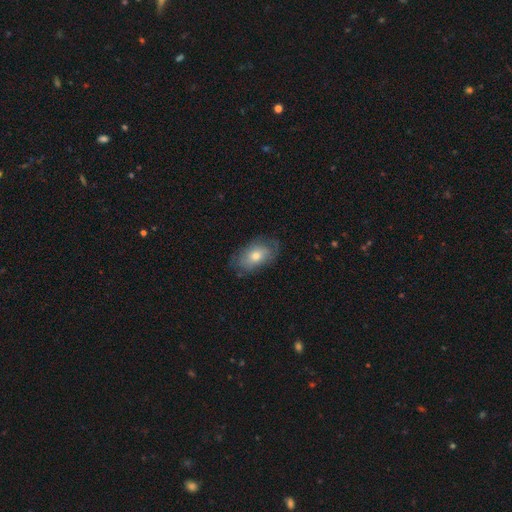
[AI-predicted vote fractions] Smooth or featured? smooth (61%)
How rounded? in between (89%)
Merging? none (72%)